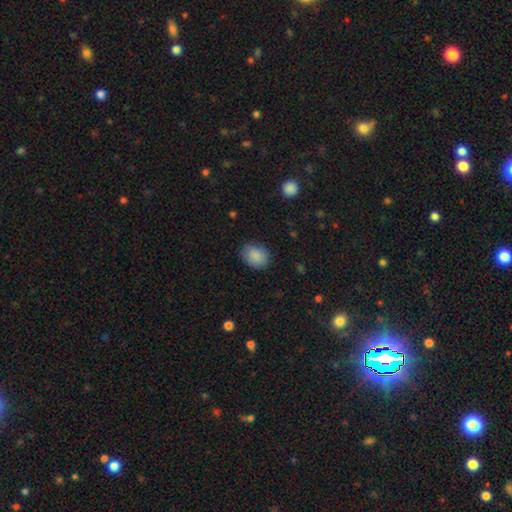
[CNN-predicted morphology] The model was most divided on "how rounded": in between: 55%, round: 44%, cigar-shaped: 1%. More confident: smooth or featured — smooth (88%); merging — none (82%).